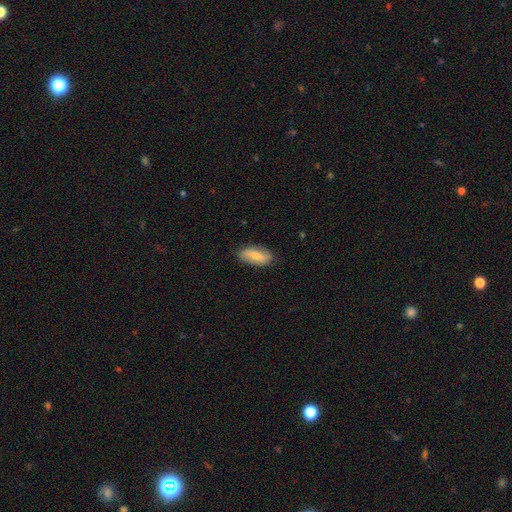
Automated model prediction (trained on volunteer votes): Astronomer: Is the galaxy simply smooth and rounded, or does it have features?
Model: smooth — 67%.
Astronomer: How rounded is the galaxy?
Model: in between — 84%.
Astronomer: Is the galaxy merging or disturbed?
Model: none — 82%.